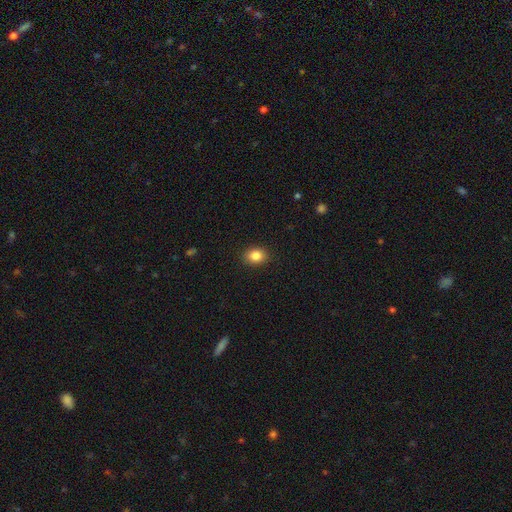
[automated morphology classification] smooth_or_featured: smooth (p=0.85) [alt: star or artifact p=0.10]
how_rounded: in between (p=0.58) [alt: round p=0.41]
merging: none (p=0.89) [alt: minor disturbance p=0.08]